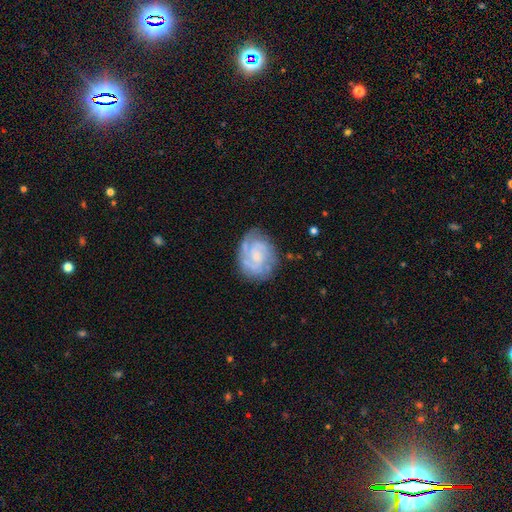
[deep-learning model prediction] Smooth or featured: featured or disk — 80% (smooth — 15%)
Edge-on disk: no — 98% (yes — 2%)
Bar: no — 56% (weak — 38%)
Spiral arms: yes — 93% (no — 7%)
Spiral winding: tight — 53% (medium — 37%)
Spiral arm count: 2 — 47% (can't tell — 23%)
Bulge size: small — 60% (moderate — 22%)
Merging: none — 72% (minor disturbance — 19%)